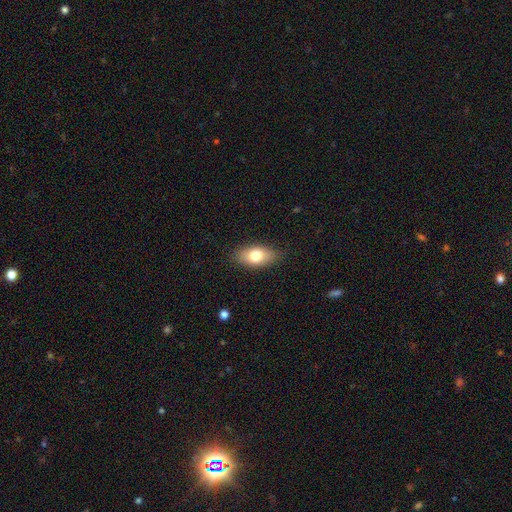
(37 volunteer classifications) Smooth or featured?
  - smooth: 89% *
  - featured or disk: 8%
  - star or artifact: 3%
How rounded?
  - in between: 91% *
  - round: 9%
  - cigar-shaped: 0%
Merging?
  - none: 86% *
  - minor disturbance: 11%
  - major disturbance: 3%
  - merger: 0%